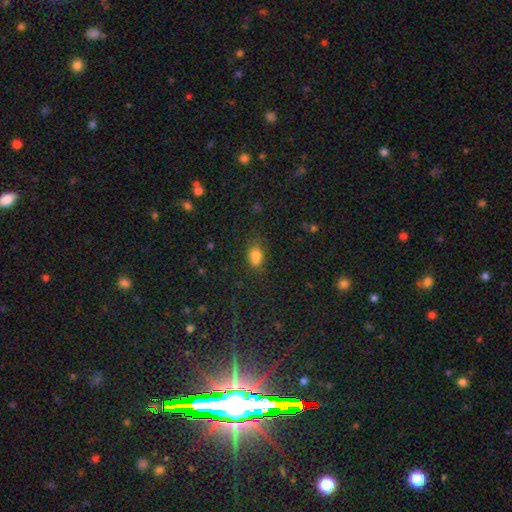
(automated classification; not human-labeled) A smooth galaxy with no disk features (79%) that is in between round and cigar-shaped (73%).

Vote fractions:
- Smooth or featured? smooth: 79% / star or artifact: 13% / featured or disk: 8%
- How rounded? in between: 73% / round: 24% / cigar-shaped: 3%
- Merging? none: 60% / minor disturbance: 22% / merger: 11% / major disturbance: 7%